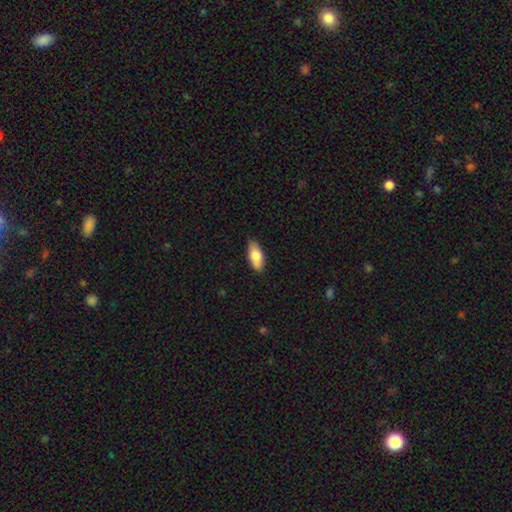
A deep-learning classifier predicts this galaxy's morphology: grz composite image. It shows a smooth galaxy with no disk features (76%) that is in between round and cigar-shaped (85%). Merging: none (85%).